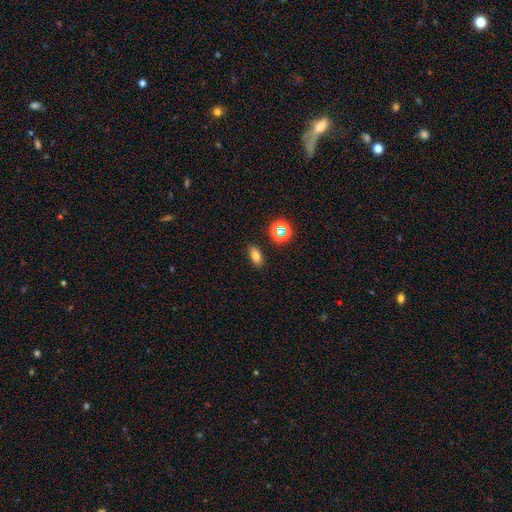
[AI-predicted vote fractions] Overall: smooth (75%). How rounded: in between (83%). Merging: none (85%).